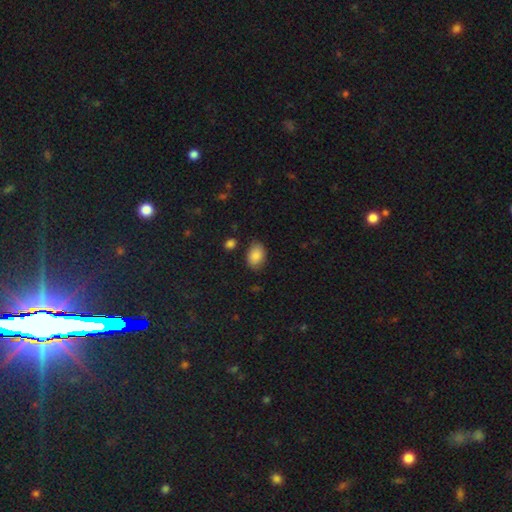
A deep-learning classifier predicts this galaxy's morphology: Smooth or featured?
  - smooth: 86% *
  - star or artifact: 8%
  - featured or disk: 6%
How rounded?
  - in between: 83% *
  - round: 16%
  - cigar-shaped: 1%
Merging?
  - none: 79% *
  - minor disturbance: 16%
  - major disturbance: 3%
  - merger: 2%